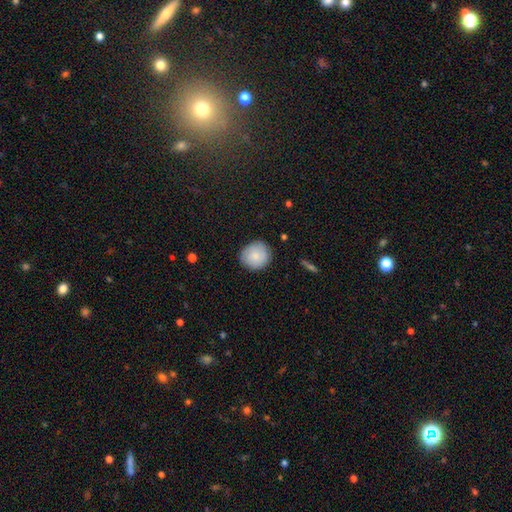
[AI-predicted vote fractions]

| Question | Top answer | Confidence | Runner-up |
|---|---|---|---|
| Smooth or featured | smooth | 80% | featured or disk (13%) |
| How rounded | round | 85% | in between (14%) |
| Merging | none | 84% | minor disturbance (12%) |